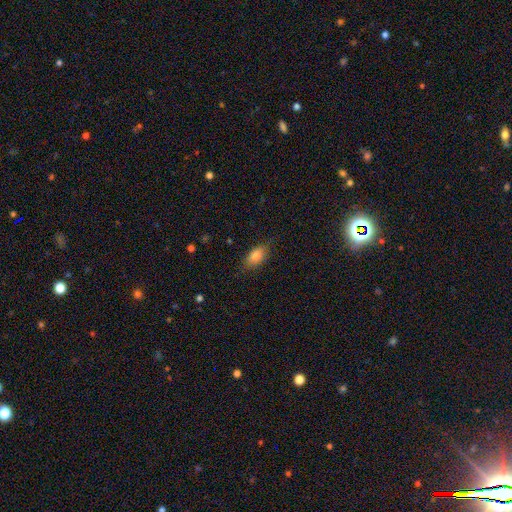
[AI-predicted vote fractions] A smooth galaxy with no disk features (80%) that is in between round and cigar-shaped (88%). Merging: none (78%).